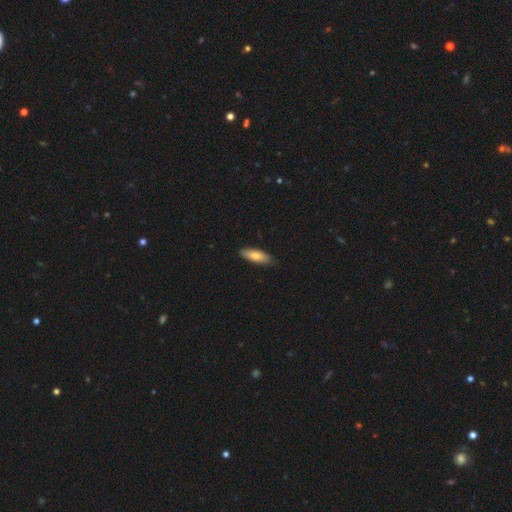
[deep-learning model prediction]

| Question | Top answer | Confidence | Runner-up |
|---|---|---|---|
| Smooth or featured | smooth | 79% | featured or disk (16%) |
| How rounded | in between | 53% | cigar-shaped (45%) |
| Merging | none | 86% | minor disturbance (12%) |